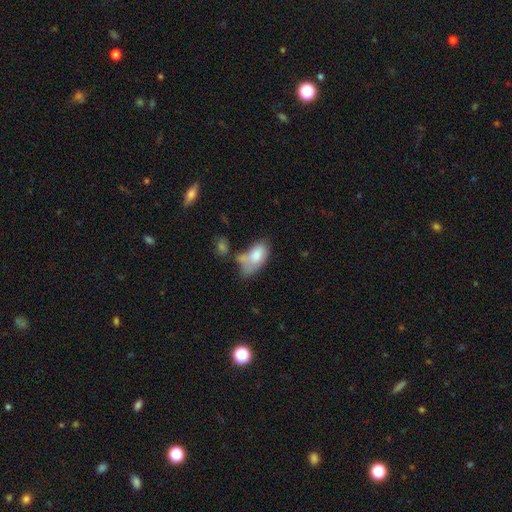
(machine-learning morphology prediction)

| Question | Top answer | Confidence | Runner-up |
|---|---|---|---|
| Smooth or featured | smooth | 77% | featured or disk (16%) |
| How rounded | in between | 93% | round (4%) |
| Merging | merger | 31% | none (26%) |